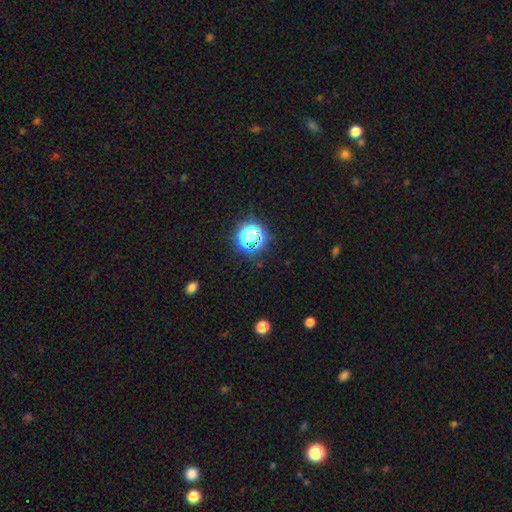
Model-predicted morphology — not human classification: Smooth or featured?
  - star or artifact: 75% *
  - smooth: 19%
  - featured or disk: 6%